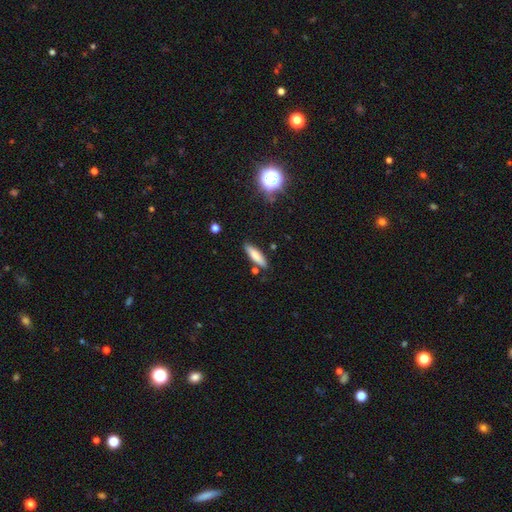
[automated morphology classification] A smooth galaxy with no disk features (75%) that is cigar-shaped (67%). Merging: none (83%).